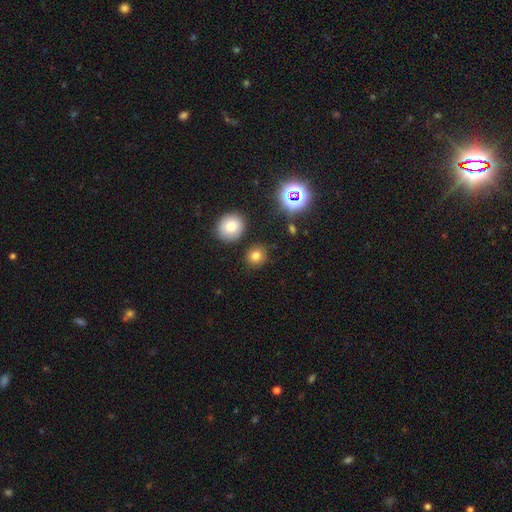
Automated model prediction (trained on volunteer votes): smooth_or_featured: smooth (p=0.78) [alt: star or artifact p=0.16]
how_rounded: round (p=0.78) [alt: in between p=0.21]
merging: none (p=0.83) [alt: minor disturbance p=0.09]